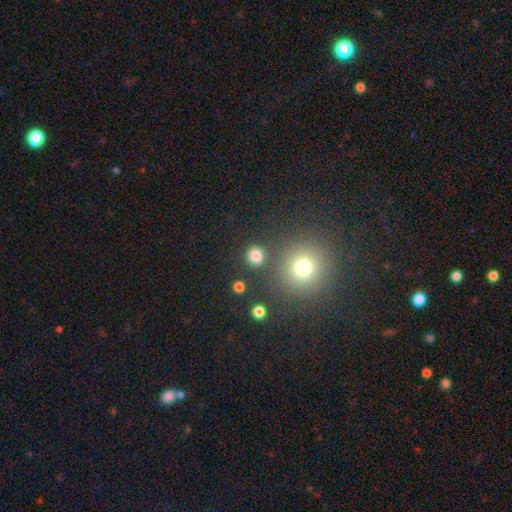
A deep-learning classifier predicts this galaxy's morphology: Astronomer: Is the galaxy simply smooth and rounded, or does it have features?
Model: smooth — 81%.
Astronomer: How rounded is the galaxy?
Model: round — 87%.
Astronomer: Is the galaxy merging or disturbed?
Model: none — 84%.